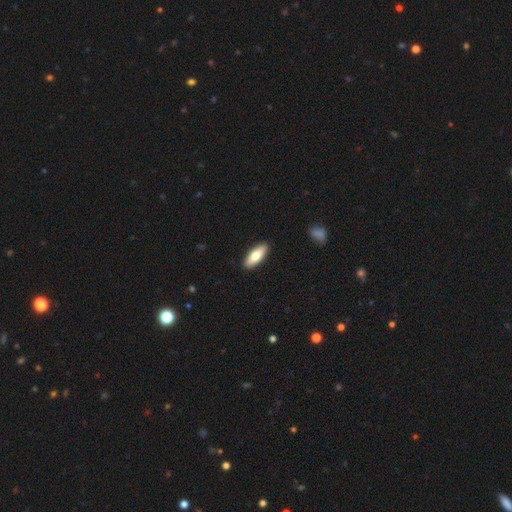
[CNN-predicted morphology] This is likely a smooth galaxy (73%). How rounded: likely in between (65%). Merging: clearly none (90%).